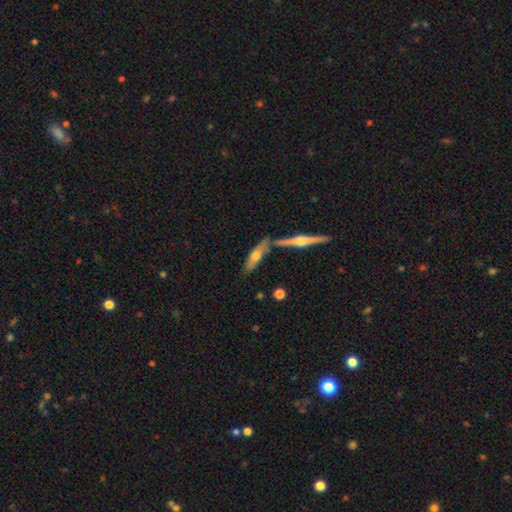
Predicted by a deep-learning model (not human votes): Overall: featured or disk (50%; smooth 44%). Merging: none (61%; merger 23%).